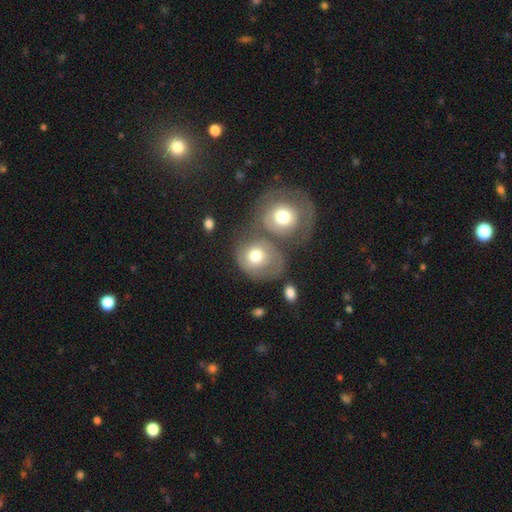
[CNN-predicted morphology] Overall: smooth (58%; featured or disk 35%). How rounded: round (63%; in between 36%). Merging: merger (42%; none 30%).